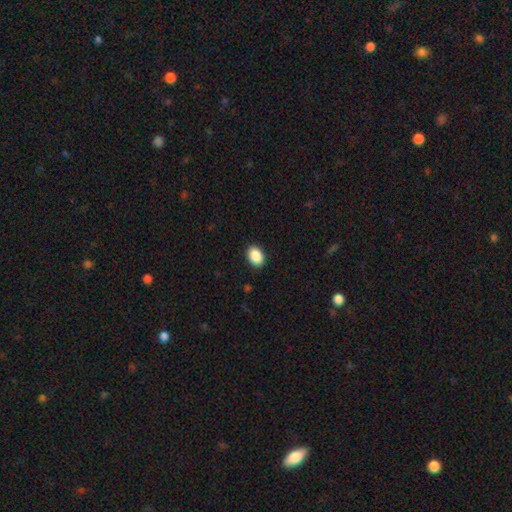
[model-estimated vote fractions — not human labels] This is clearly a smooth galaxy (90%). How rounded: likely in between (77%). Merging: clearly none (90%).